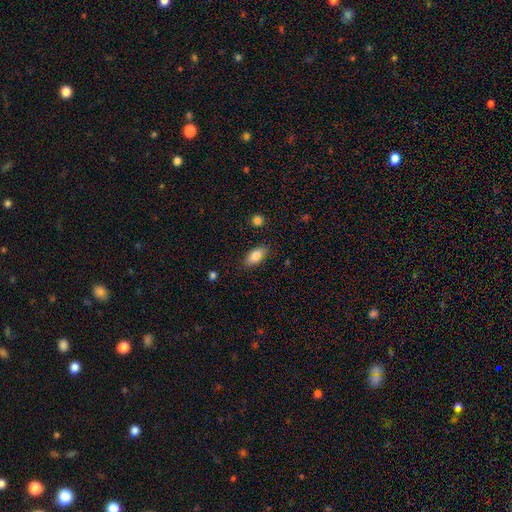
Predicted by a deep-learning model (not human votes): smooth_or_featured: smooth (p=0.83) [alt: featured or disk p=0.09]
how_rounded: in between (p=0.88) [alt: cigar-shaped p=0.08]
merging: none (p=0.85) [alt: minor disturbance p=0.11]